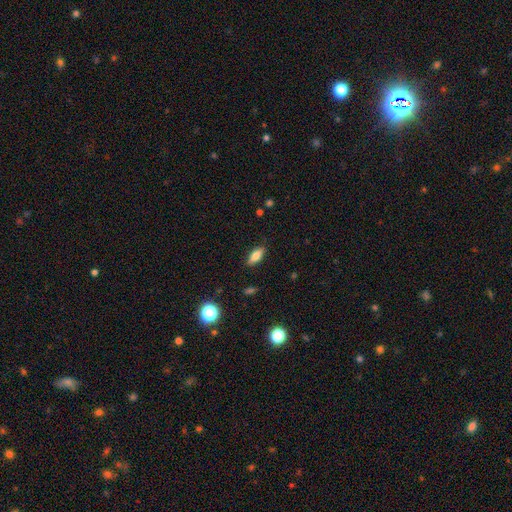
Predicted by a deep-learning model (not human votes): Smooth or featured? Predicted: smooth (p=0.75). How rounded? Predicted: in between (p=0.75). Merging? Predicted: none (p=0.87).